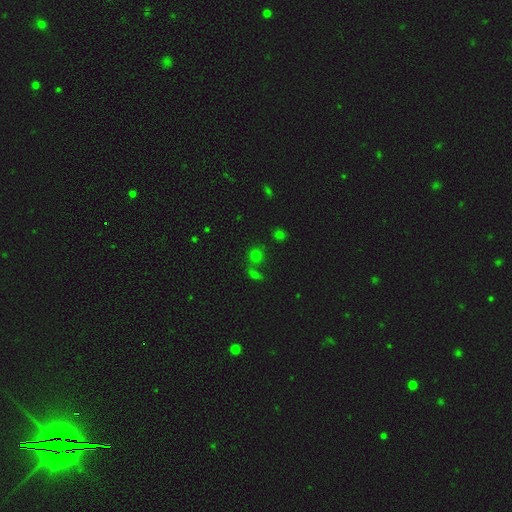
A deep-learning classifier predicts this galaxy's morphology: Overall: smooth (64%; star or artifact 27%). How rounded: round (84%). Merging: none (58%; merger 28%).